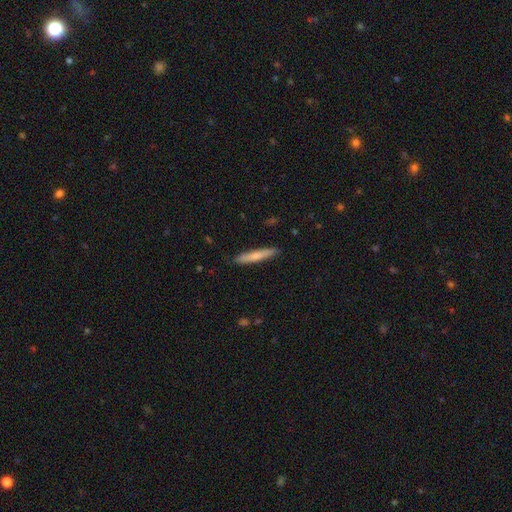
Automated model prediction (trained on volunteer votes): This appears to be a smooth galaxy with no disk features (70%) that is cigar-shaped (93%). Merging: none (89%).